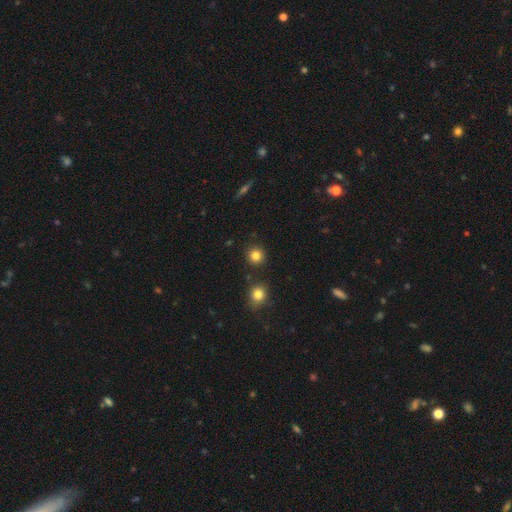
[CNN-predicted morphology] smooth-or-featured: smooth: 83% | star or artifact: 12% | featured or disk: 5%
  how-rounded: round: 92% | in between: 7% | cigar-shaped: 1%
  merging: none: 88% | minor disturbance: 6% | merger: 4% | major disturbance: 2%